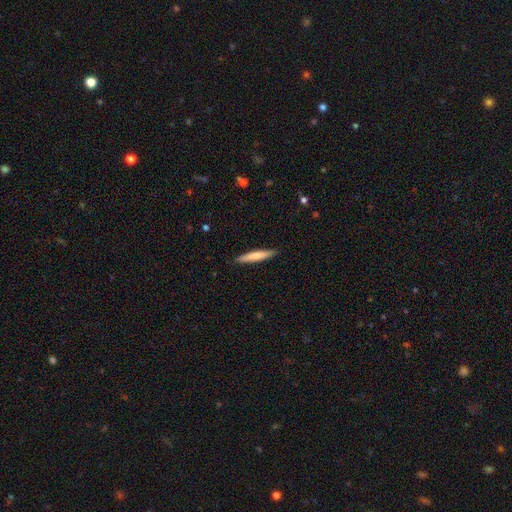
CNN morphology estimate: Overall: smooth (73%). How rounded: cigar-shaped (93%). Merging: none (90%).